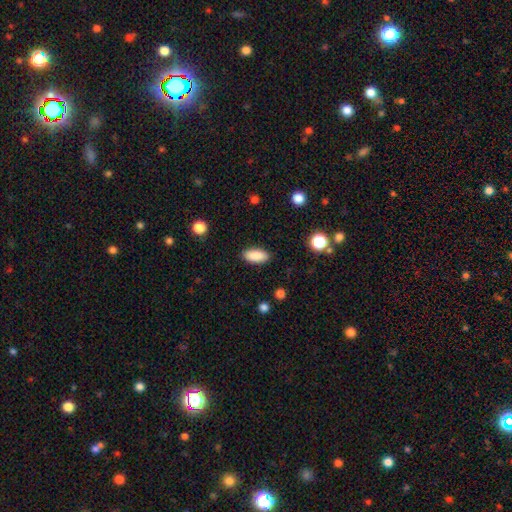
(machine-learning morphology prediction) A smooth galaxy with no disk features (89%) that is in between round and cigar-shaped (86%).

Vote fractions:
- Smooth or featured? smooth: 89% / star or artifact: 7% / featured or disk: 4%
- How rounded? in between: 86% / cigar-shaped: 12% / round: 2%
- Merging? none: 89% / minor disturbance: 8% / major disturbance: 2% / merger: 1%